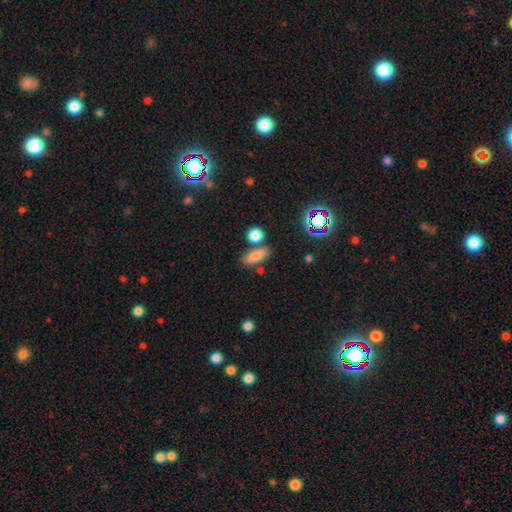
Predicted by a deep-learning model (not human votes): Smooth or featured? Predicted: smooth (p=0.76). How rounded? Predicted: in between (p=0.64). Merging? Predicted: none (p=0.70).